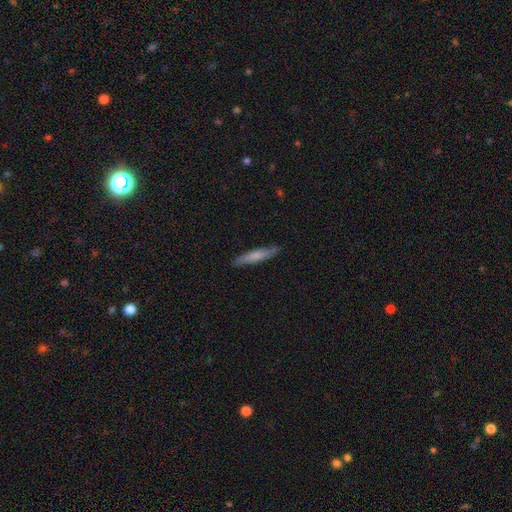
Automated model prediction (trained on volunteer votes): Smooth or featured?
  - smooth: 68% *
  - featured or disk: 27%
  - star or artifact: 6%
How rounded?
  - cigar-shaped: 92% *
  - in between: 7%
  - round: 1%
Merging?
  - none: 89% *
  - minor disturbance: 8%
  - major disturbance: 2%
  - merger: 1%